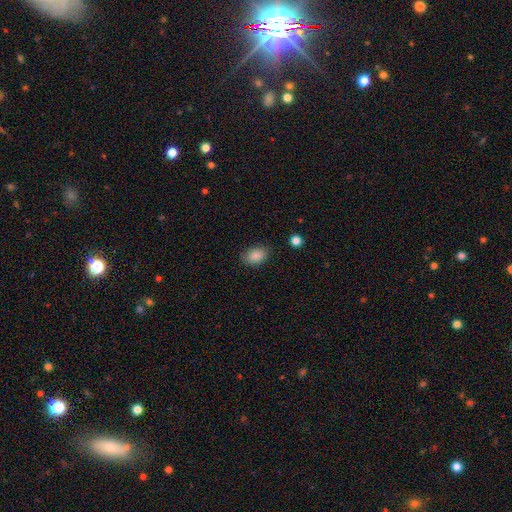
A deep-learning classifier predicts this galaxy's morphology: smooth_or_featured: smooth (p=0.88) [alt: star or artifact p=0.08]
how_rounded: in between (p=0.83) [alt: round p=0.16]
merging: none (p=0.82) [alt: minor disturbance p=0.13]